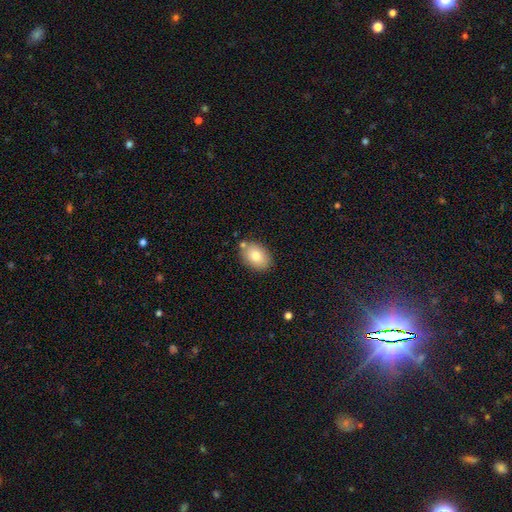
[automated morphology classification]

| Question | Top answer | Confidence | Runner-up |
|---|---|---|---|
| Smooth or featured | smooth | 78% | featured or disk (14%) |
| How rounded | in between | 81% | round (18%) |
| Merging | none | 79% | minor disturbance (12%) |